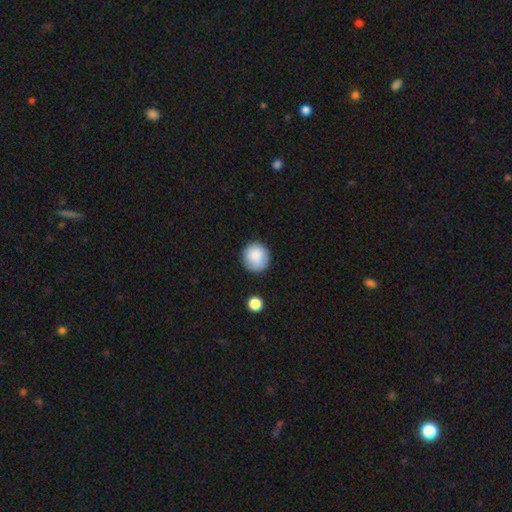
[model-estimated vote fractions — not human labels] A smooth galaxy with no disk features (87%) that is round (91%). Merging: none (85%).